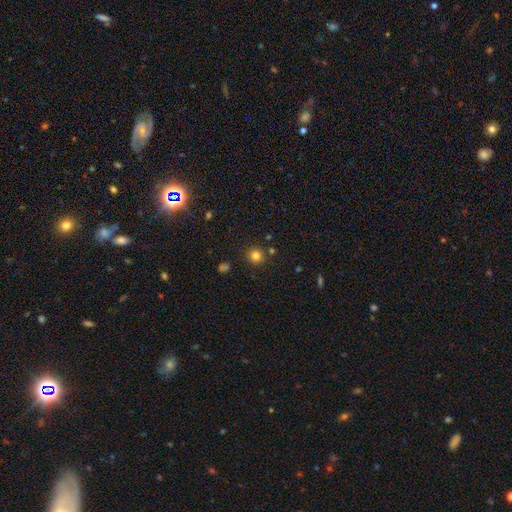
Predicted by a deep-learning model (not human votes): A smooth galaxy with no disk features (81%) that is round (90%).

Vote fractions:
- Smooth or featured? smooth: 81% / star or artifact: 14% / featured or disk: 5%
- How rounded? round: 90% / in between: 9% / cigar-shaped: 1%
- Merging? none: 86% / minor disturbance: 7% / merger: 4% / major disturbance: 2%